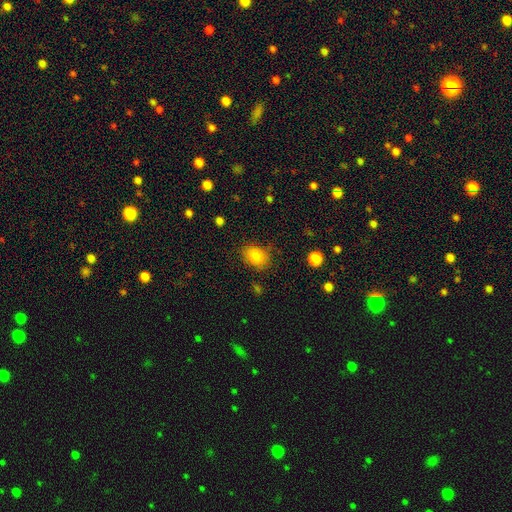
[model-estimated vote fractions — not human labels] Q: Smooth or featured?
A: smooth (82%); runner-up: star or artifact (10%)
Q: How rounded?
A: in between (58%); runner-up: round (41%)
Q: Merging?
A: none (76%); runner-up: minor disturbance (18%)